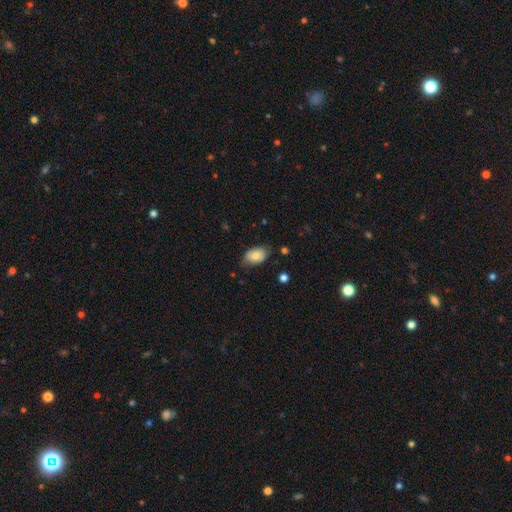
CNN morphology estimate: A smooth galaxy with no disk features (72%) that is in between round and cigar-shaped (90%).

Vote fractions:
- Smooth or featured? smooth: 72% / featured or disk: 21% / star or artifact: 7%
- How rounded? in between: 90% / round: 9% / cigar-shaped: 1%
- Merging? none: 71% / minor disturbance: 23% / major disturbance: 5% / merger: 2%